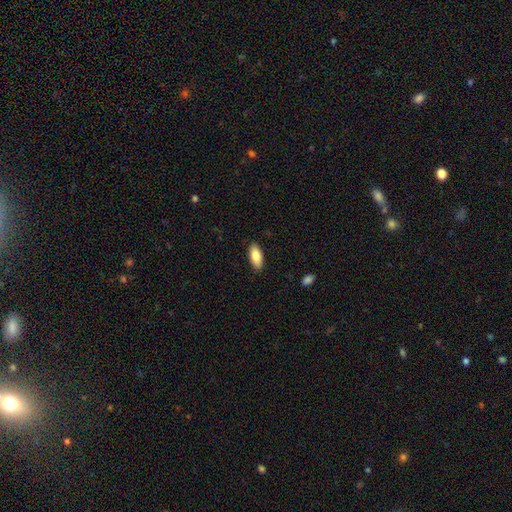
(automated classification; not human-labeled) Smooth or featured? smooth (83%)
How rounded? in between (83%)
Merging? none (89%)